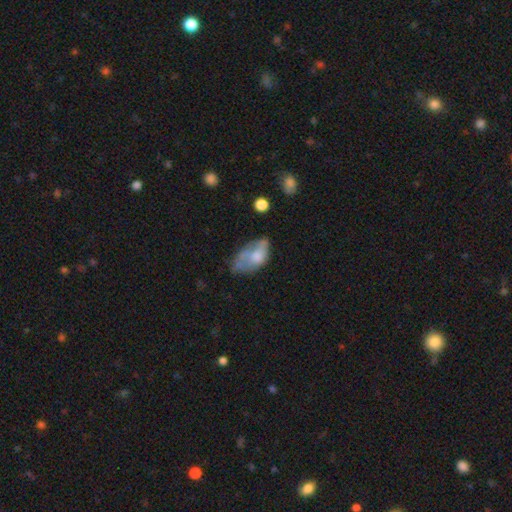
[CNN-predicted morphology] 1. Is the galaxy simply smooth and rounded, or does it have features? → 57% smooth, 35% featured or disk, 8% star or artifact.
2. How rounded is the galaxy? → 92% in between, 5% round, 3% cigar-shaped.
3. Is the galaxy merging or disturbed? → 33% none (tied), 33% minor disturbance (tied), 27% major disturbance, 7% merger.